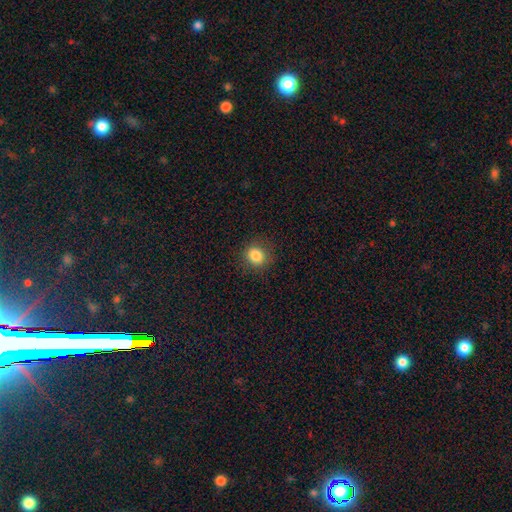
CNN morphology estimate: type=smooth (84%); roundness=round (76%); merging=none (87%).